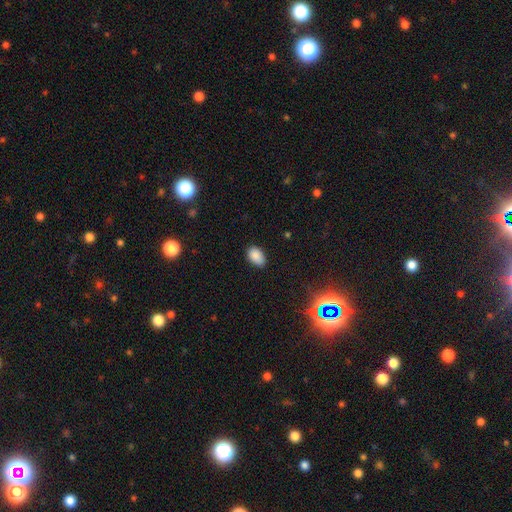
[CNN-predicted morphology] Smooth or featured?
  - smooth: 86% *
  - star or artifact: 10%
  - featured or disk: 4%
How rounded?
  - in between: 88% *
  - round: 11%
  - cigar-shaped: 1%
Merging?
  - none: 78% *
  - minor disturbance: 18%
  - major disturbance: 3%
  - merger: 1%